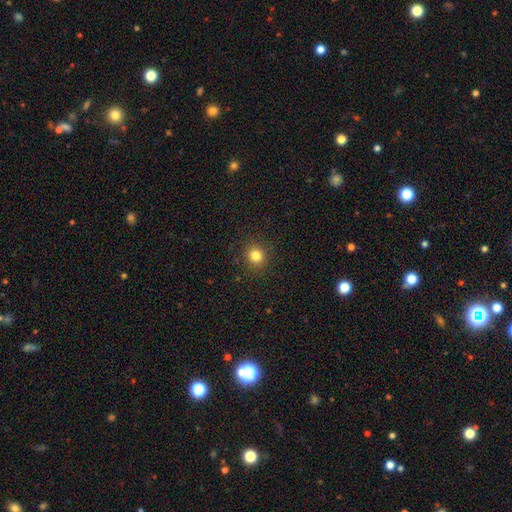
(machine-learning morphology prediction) smooth_or_featured: smooth (p=0.82) [alt: star or artifact p=0.13]
how_rounded: round (p=0.89) [alt: in between p=0.11]
merging: none (p=0.90) [alt: minor disturbance p=0.06]